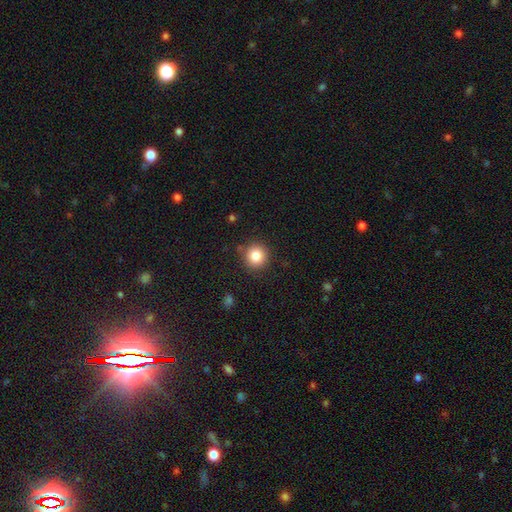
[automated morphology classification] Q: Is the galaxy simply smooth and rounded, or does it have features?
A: smooth — 85%.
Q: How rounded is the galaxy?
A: round — 93%.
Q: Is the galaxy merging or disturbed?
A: none — 87%.